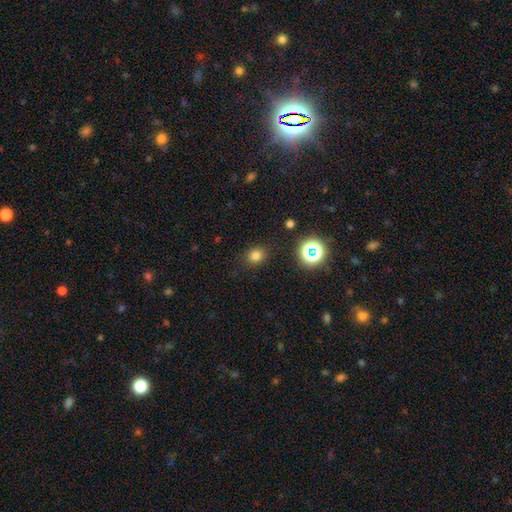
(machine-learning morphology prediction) This is likely a smooth galaxy (76%). How rounded: likely round (68%). Merging: clearly none (86%).